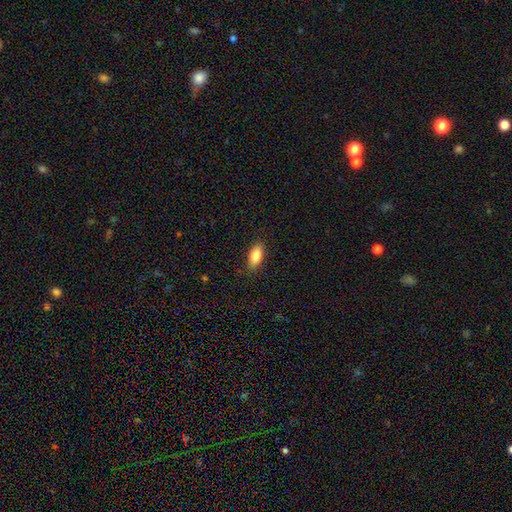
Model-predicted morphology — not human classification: A smooth galaxy with no disk features (84%) that is in between round and cigar-shaped (87%).

Vote fractions:
- Smooth or featured? smooth: 84% / featured or disk: 9% / star or artifact: 7%
- How rounded? in between: 87% / cigar-shaped: 11% / round: 3%
- Merging? none: 87% / minor disturbance: 10% / major disturbance: 2% / merger: 1%